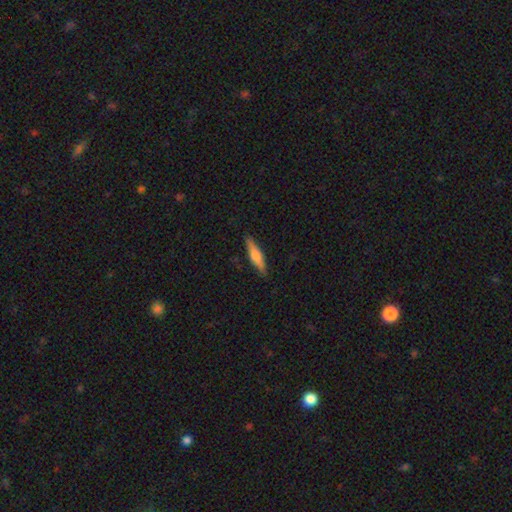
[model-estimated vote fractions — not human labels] Overall: featured or disk (52%; smooth 42%). Edge-on disk: yes (96%). Merging: none (90%).